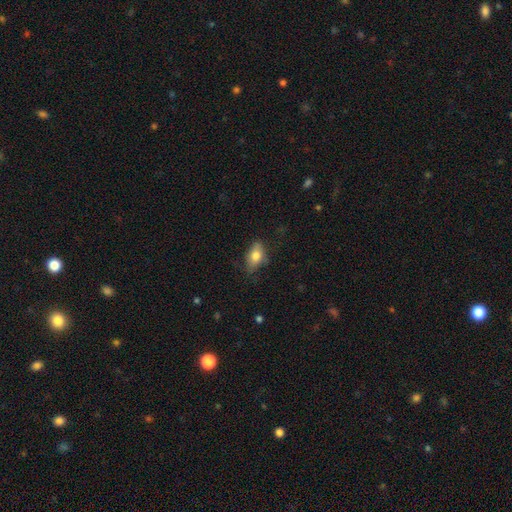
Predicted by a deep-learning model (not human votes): Smooth or featured? smooth (77%)
How rounded? in between (87%)
Merging? none (64%)